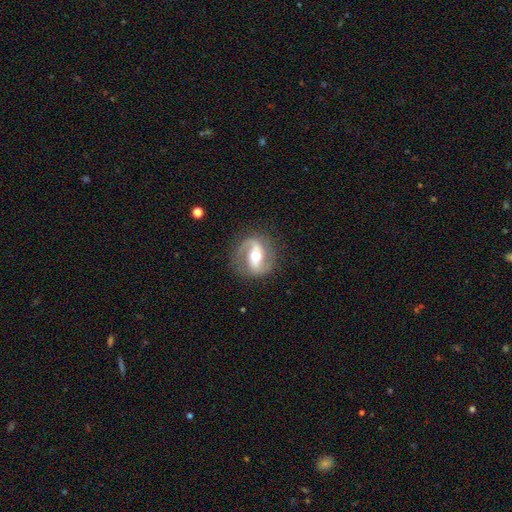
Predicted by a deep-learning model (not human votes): A featured or disk galaxy (84%) with a strong bar (45%), 2 (84%) medium (47%) spiral arms (91%) and a moderate central bulge (72%). Merging: none (80%).